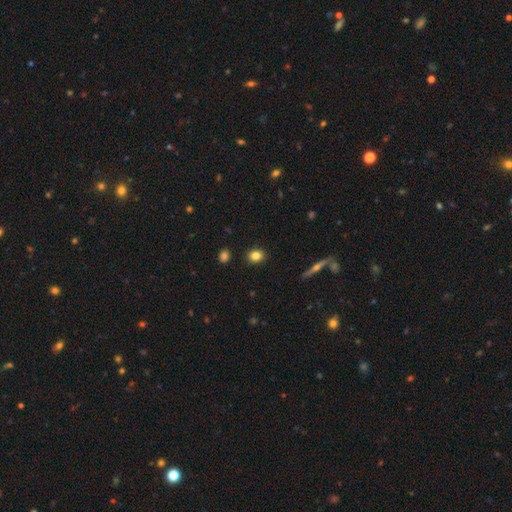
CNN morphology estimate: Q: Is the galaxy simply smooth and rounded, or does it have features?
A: smooth — 82%.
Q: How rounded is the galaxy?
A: round — 62%.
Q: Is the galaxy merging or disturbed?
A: none — 89%.